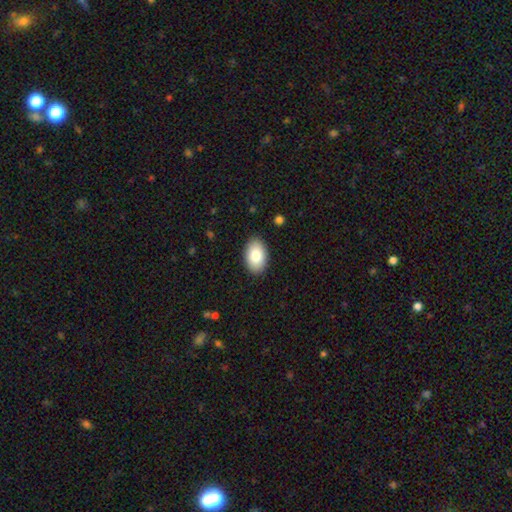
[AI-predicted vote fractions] The model was most divided on "smooth or featured": smooth: 85%, featured or disk: 9%, star or artifact: 6%. More confident: how rounded — in between (93%); merging — none (88%).